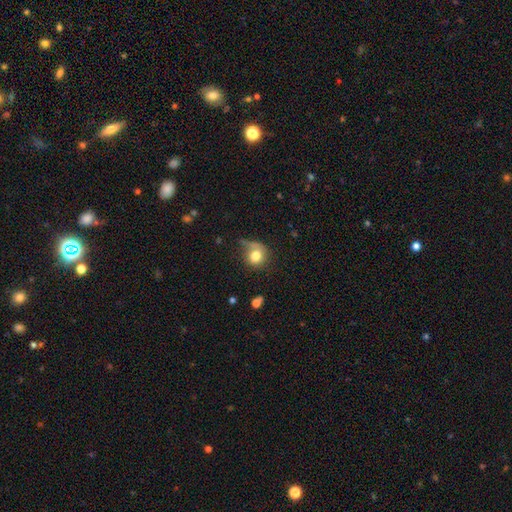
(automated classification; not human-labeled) Smooth or featured? Predicted: smooth (p=0.75). How rounded? Predicted: round (p=0.83). Merging? Predicted: none (p=0.48).